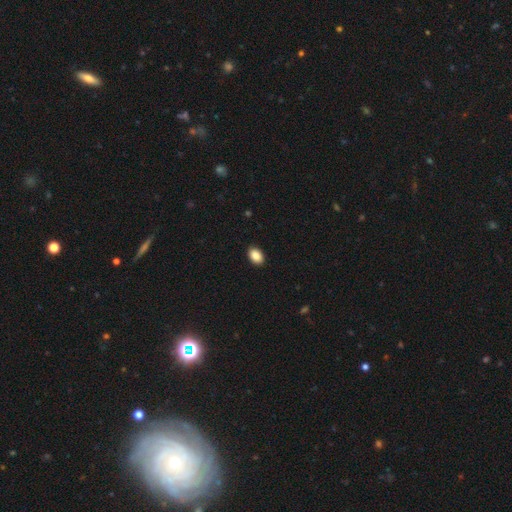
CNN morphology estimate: Q: Smooth or featured?
A: smooth (89%); runner-up: star or artifact (7%)
Q: How rounded?
A: in between (86%); runner-up: round (13%)
Q: Merging?
A: none (91%); runner-up: minor disturbance (7%)